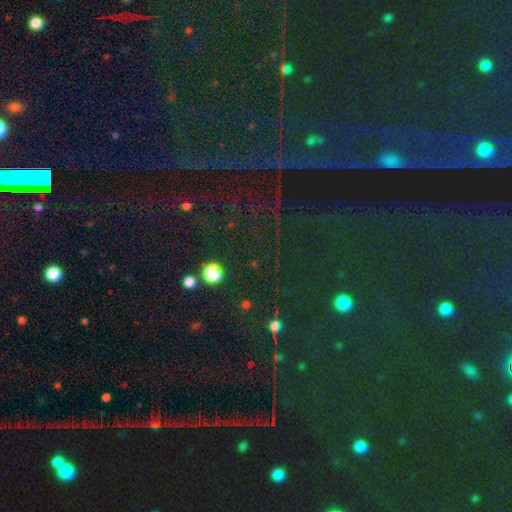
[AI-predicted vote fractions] smooth-or-featured: star or artifact: 82% | smooth: 10% | featured or disk: 8%